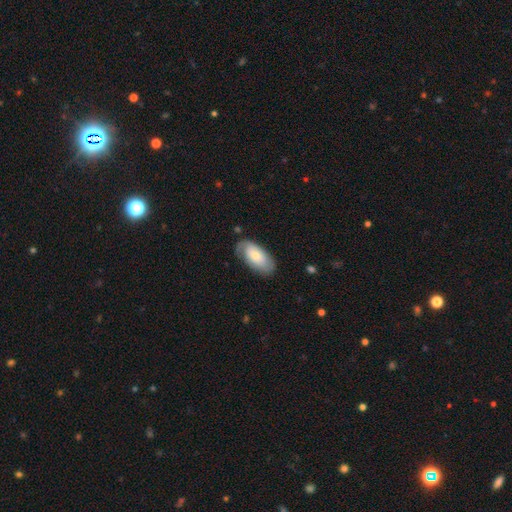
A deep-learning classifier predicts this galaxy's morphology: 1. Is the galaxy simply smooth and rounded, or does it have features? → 58% smooth, 36% featured or disk, 6% star or artifact.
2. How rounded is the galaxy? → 93% in between, 4% cigar-shaped, 3% round.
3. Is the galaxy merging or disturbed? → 68% none, 23% minor disturbance, 8% major disturbance, 2% merger.